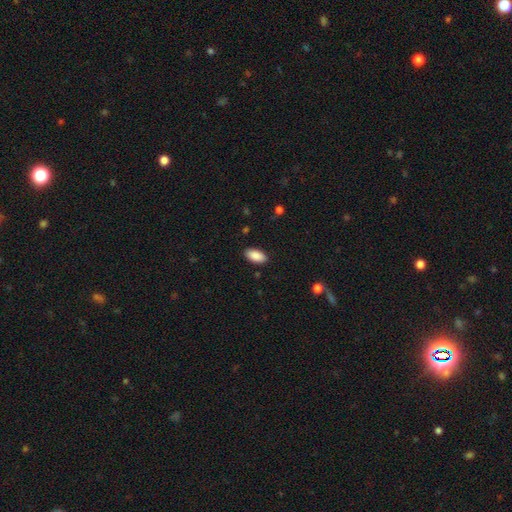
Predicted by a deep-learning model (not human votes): smooth-or-featured: smooth: 89% | star or artifact: 7% | featured or disk: 4%
  how-rounded: in between: 94% | cigar-shaped: 4% | round: 2%
  merging: none: 89% | minor disturbance: 8% | major disturbance: 2% | merger: 1%